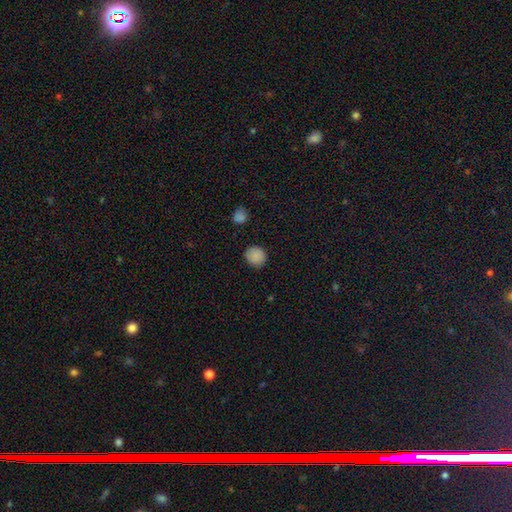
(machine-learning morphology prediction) smooth-or-featured: smooth: 87% | star or artifact: 10% | featured or disk: 3%
  how-rounded: round: 87% | in between: 12% | cigar-shaped: 1%
  merging: none: 89% | minor disturbance: 8% | major disturbance: 2% | merger: 1%